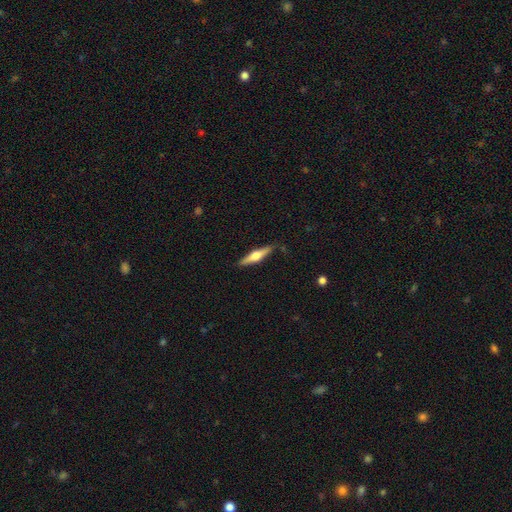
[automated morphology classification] featured or disk 59%, smooth 35%, star or artifact 5%. Down the decision tree: edge-on disk — yes (97%); edge-on bulge — rounded (91%); merging — none (86%).